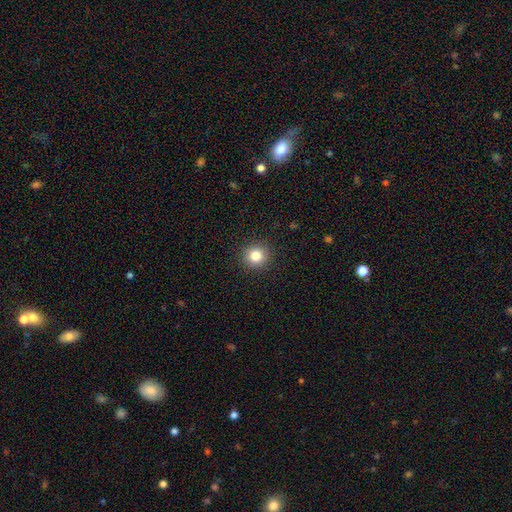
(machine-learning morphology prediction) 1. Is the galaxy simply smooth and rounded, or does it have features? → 81% smooth, 12% star or artifact, 7% featured or disk.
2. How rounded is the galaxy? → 92% round, 7% in between, 1% cigar-shaped.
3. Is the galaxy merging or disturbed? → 91% none, 6% minor disturbance, 2% major disturbance, 1% merger.